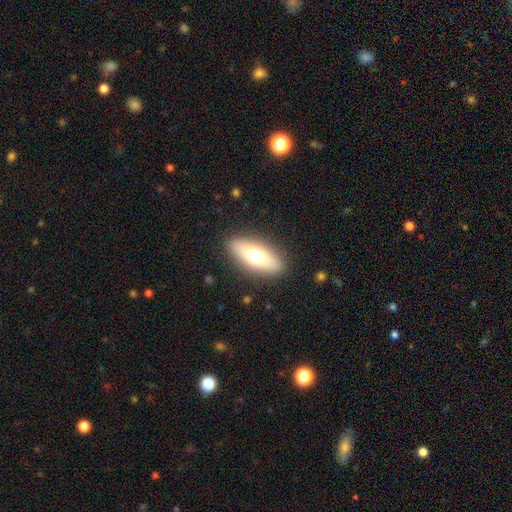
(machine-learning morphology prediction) This is likely a smooth galaxy (63%). How rounded: likely in between (72%). Merging: clearly none (88%).